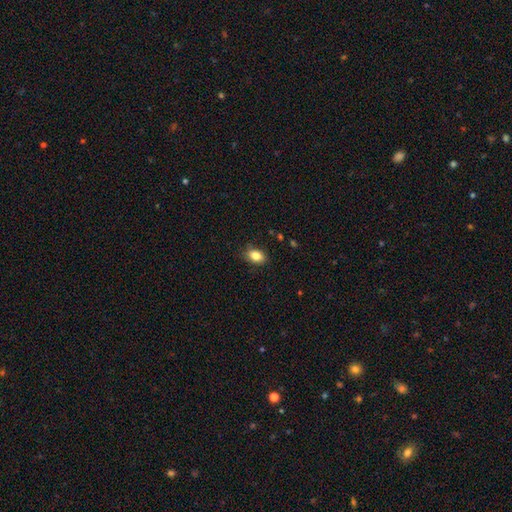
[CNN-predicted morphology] A smooth galaxy with no disk features (84%) that is in between round and cigar-shaped (85%).

Vote fractions:
- Smooth or featured? smooth: 84% / star or artifact: 9% / featured or disk: 7%
- How rounded? in between: 85% / round: 13% / cigar-shaped: 2%
- Merging? none: 84% / minor disturbance: 13% / major disturbance: 3% / merger: 1%